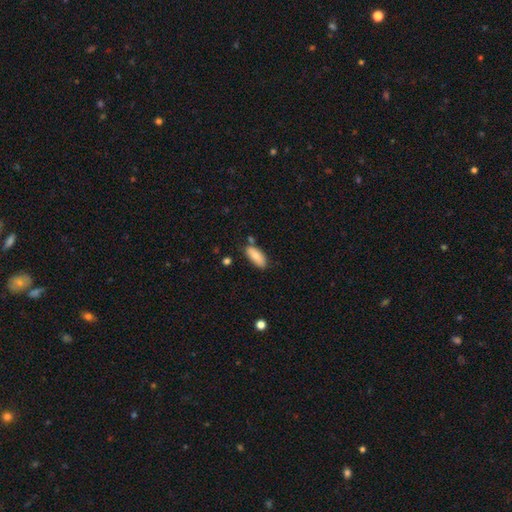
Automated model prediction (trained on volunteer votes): A smooth galaxy with no disk features (81%) that is in between round and cigar-shaped (84%).

Vote fractions:
- Smooth or featured? smooth: 81% / featured or disk: 12% / star or artifact: 7%
- How rounded? in between: 84% / cigar-shaped: 14% / round: 2%
- Merging? none: 75% / minor disturbance: 16% / merger: 6% / major disturbance: 3%